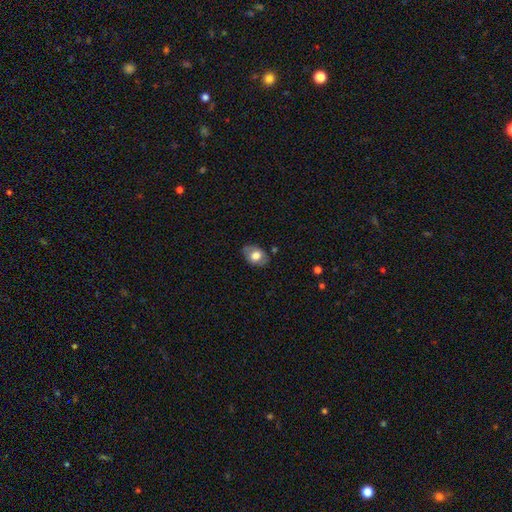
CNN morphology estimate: Smooth or featured?
  - smooth: 67% *
  - featured or disk: 26%
  - star or artifact: 8%
How rounded?
  - in between: 81% *
  - round: 18%
  - cigar-shaped: 1%
Merging?
  - none: 76% *
  - minor disturbance: 18%
  - major disturbance: 4%
  - merger: 2%